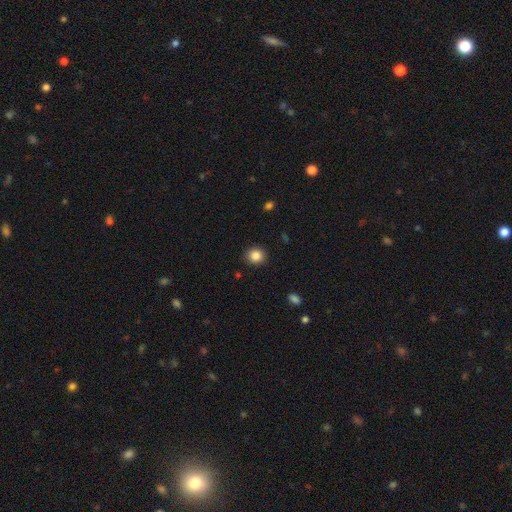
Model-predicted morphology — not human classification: Smooth or featured?
  - smooth: 85% *
  - star or artifact: 10%
  - featured or disk: 5%
How rounded?
  - round: 87% *
  - in between: 12%
  - cigar-shaped: 1%
Merging?
  - none: 90% *
  - minor disturbance: 7%
  - major disturbance: 2%
  - merger: 1%